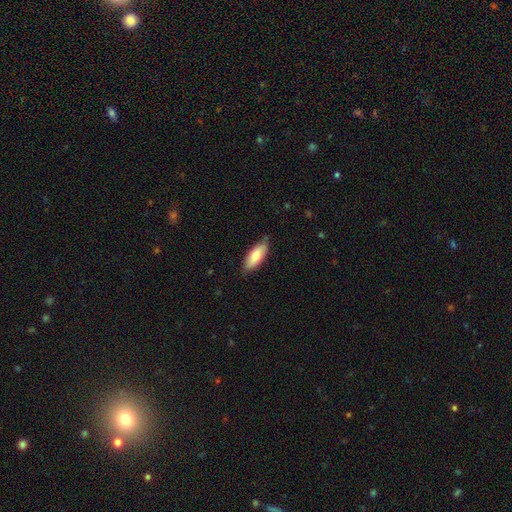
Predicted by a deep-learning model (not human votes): smooth_or_featured: smooth (p=0.79) [alt: featured or disk p=0.15]
how_rounded: in between (p=0.78) [alt: cigar-shaped p=0.20]
merging: none (p=0.81) [alt: minor disturbance p=0.15]